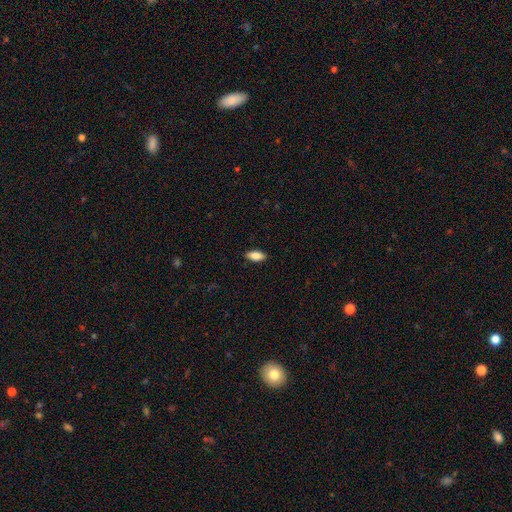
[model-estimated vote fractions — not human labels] Q: Smooth or featured?
A: smooth (85%); runner-up: featured or disk (8%)
Q: How rounded?
A: in between (85%); runner-up: cigar-shaped (13%)
Q: Merging?
A: none (89%); runner-up: minor disturbance (8%)